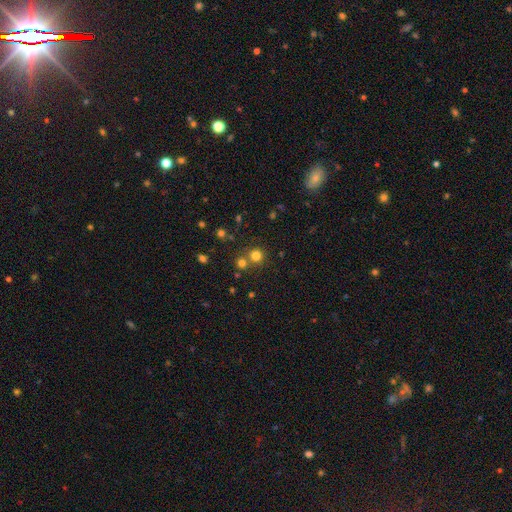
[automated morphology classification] A smooth galaxy with no disk features (76%) that is round (92%).

Vote fractions:
- Smooth or featured? smooth: 76% / star or artifact: 18% / featured or disk: 6%
- How rounded? round: 92% / in between: 7% / cigar-shaped: 1%
- Merging? none: 68% / merger: 22% / minor disturbance: 7% / major disturbance: 3%